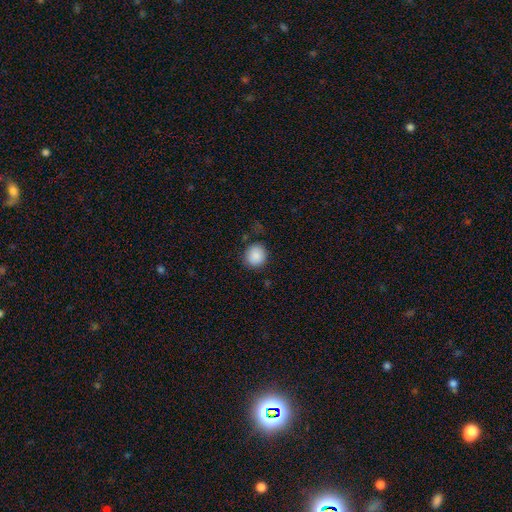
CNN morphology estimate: type=smooth (87%); roundness=round (87%); merging=none (81%).